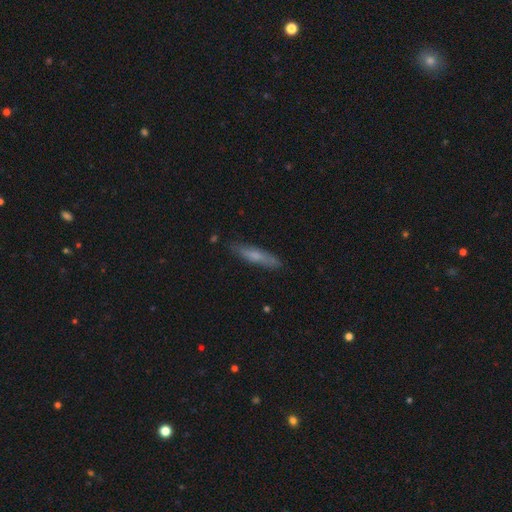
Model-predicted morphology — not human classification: This is likely a smooth galaxy (64%). How rounded: clearly cigar-shaped (85%). Merging: clearly none (84%).